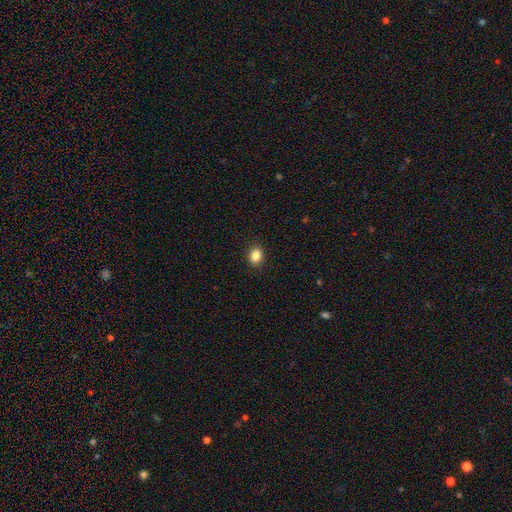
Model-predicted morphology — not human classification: This appears to be a smooth galaxy with no disk features (86%) that is in between round and cigar-shaped (61%). Merging: none (90%).